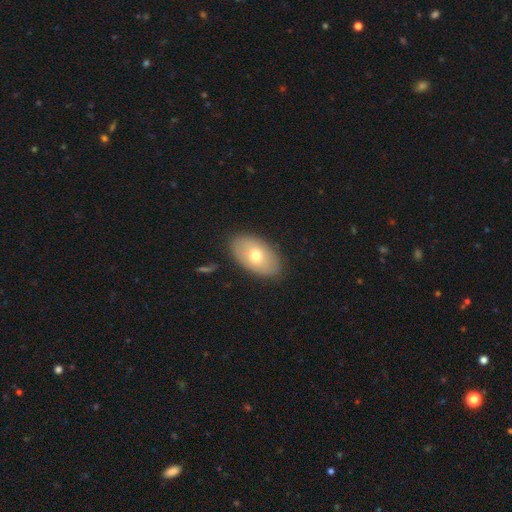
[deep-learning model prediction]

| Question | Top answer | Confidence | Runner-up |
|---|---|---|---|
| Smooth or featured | smooth | 66% | featured or disk (27%) |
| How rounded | in between | 93% | round (6%) |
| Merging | none | 87% | minor disturbance (9%) |